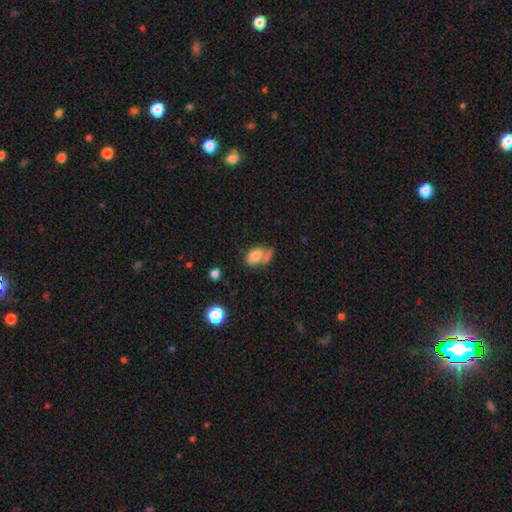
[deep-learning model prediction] Q: Smooth or featured?
A: smooth (78%); runner-up: featured or disk (13%)
Q: How rounded?
A: in between (86%); runner-up: round (12%)
Q: Merging?
A: none (36%); runner-up: merger (31%)